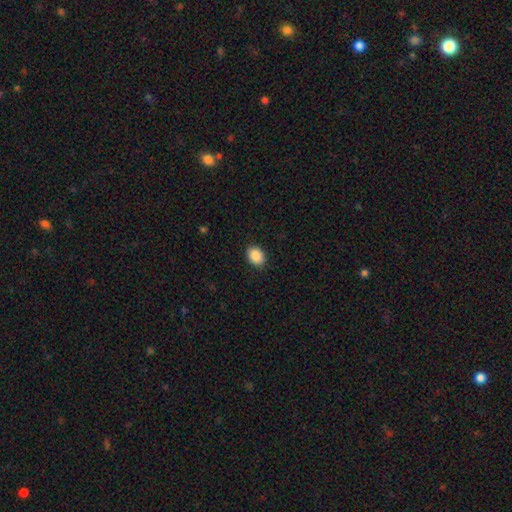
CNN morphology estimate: smooth 89%, star or artifact 8%, featured or disk 3%. Down the decision tree: how rounded — in between (67%); merging — none (89%).